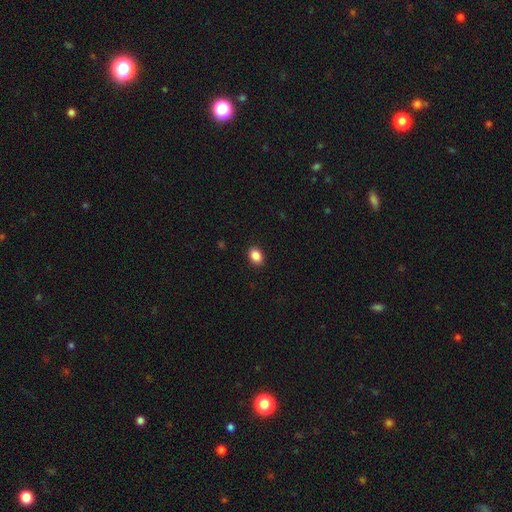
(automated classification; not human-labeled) Smooth or featured: smooth — 88% (star or artifact — 9%)
How rounded: in between — 73% (round — 26%)
Merging: none — 90% (minor disturbance — 7%)